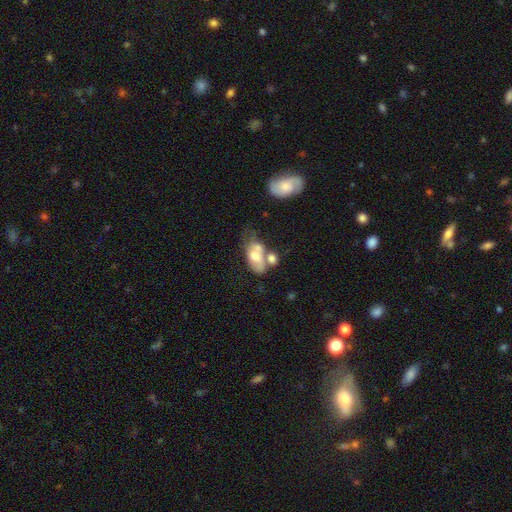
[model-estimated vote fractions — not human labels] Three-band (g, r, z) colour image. It shows a smooth galaxy with no disk features (54%) that is in between round and cigar-shaped (89%). Merging: merger (48%).